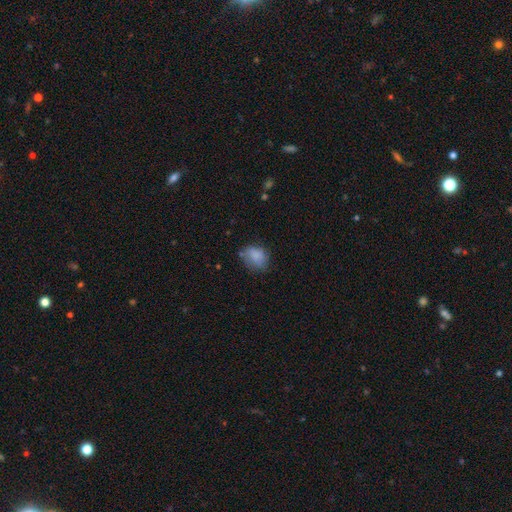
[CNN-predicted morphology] Overall: smooth (80%). How rounded: in between (50%; round 49%). Merging: none (60%; minor disturbance 27%).